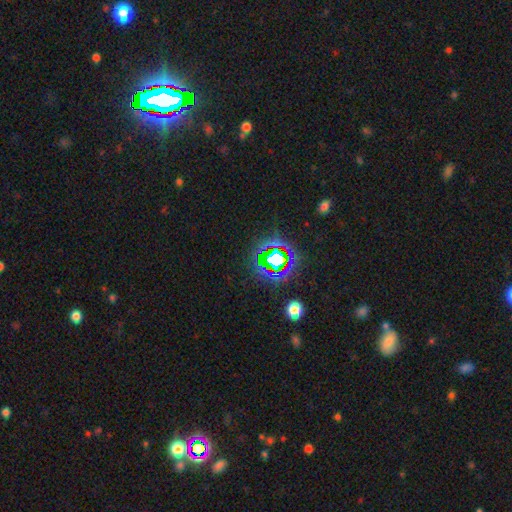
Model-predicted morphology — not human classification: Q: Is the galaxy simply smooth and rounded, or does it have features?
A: star or artifact — 80%.